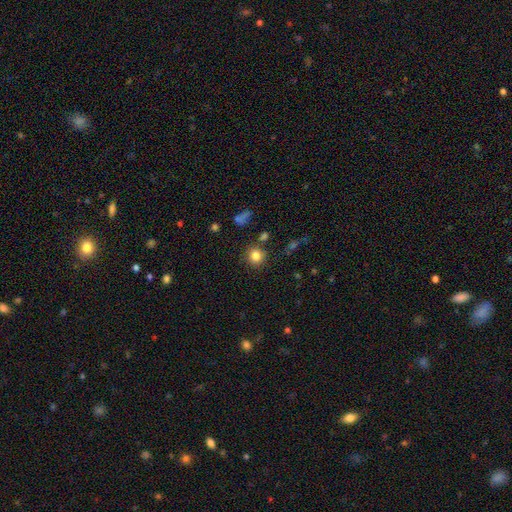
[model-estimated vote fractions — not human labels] A smooth galaxy with no disk features (82%) that is round (88%). Merging: none (83%).